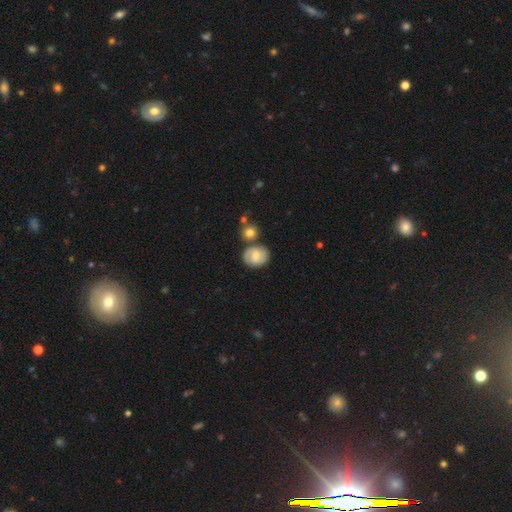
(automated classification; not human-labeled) smooth 58%, featured or disk 35%, star or artifact 8%. Down the decision tree: how rounded — round (61%); merging — none (68%).